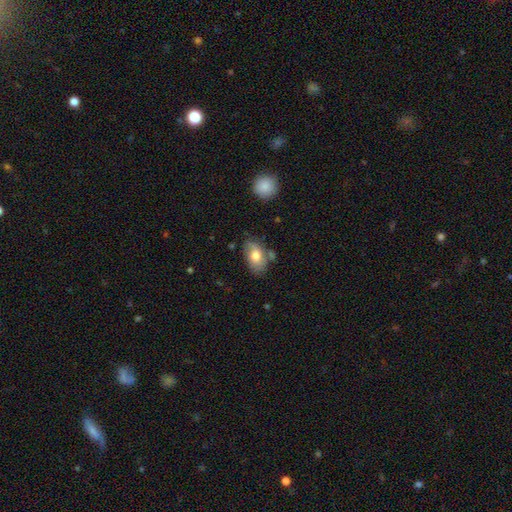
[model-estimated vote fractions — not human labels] Overall: smooth (72%). How rounded: in between (90%). Merging: none (62%; minor disturbance 25%).